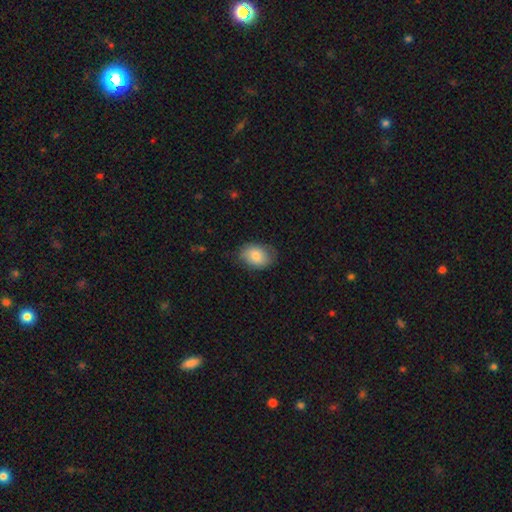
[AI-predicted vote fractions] A smooth galaxy with no disk features (79%) that is in between round and cigar-shaped (74%). Merging: none (74%).